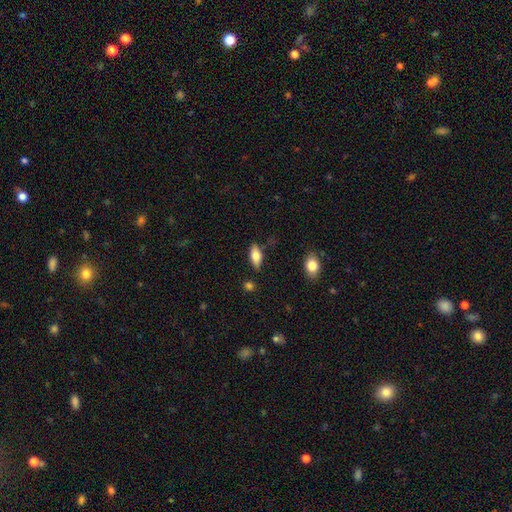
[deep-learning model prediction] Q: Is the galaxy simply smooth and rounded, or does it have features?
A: smooth — 74%.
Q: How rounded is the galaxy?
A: in between — 82%.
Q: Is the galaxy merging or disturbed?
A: none — 80%.